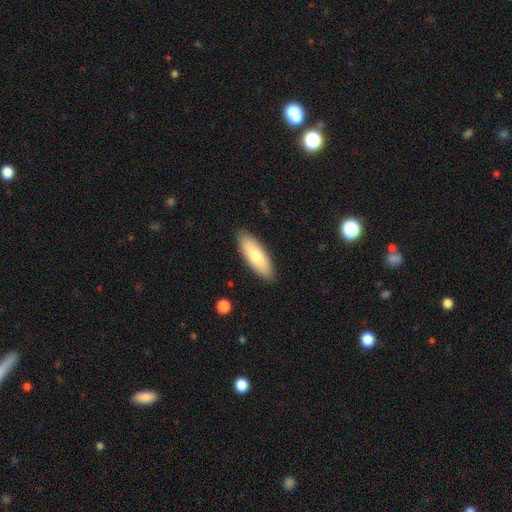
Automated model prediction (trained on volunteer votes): This appears to be a smooth galaxy with no disk features (74%) that is in between round and cigar-shaped (63%). Merging: none (88%).